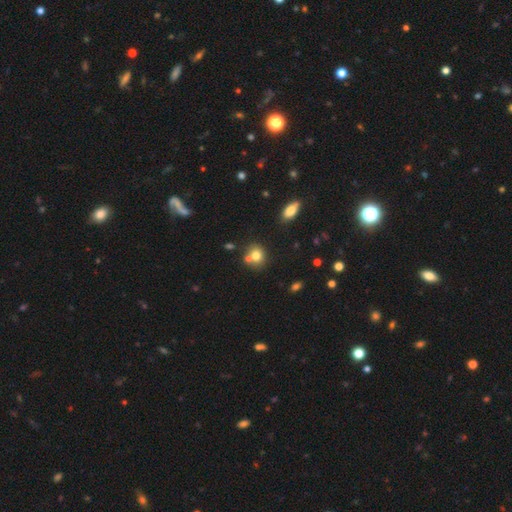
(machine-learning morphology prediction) A smooth galaxy with no disk features (76%) that is round (74%). Merging: none (58%).